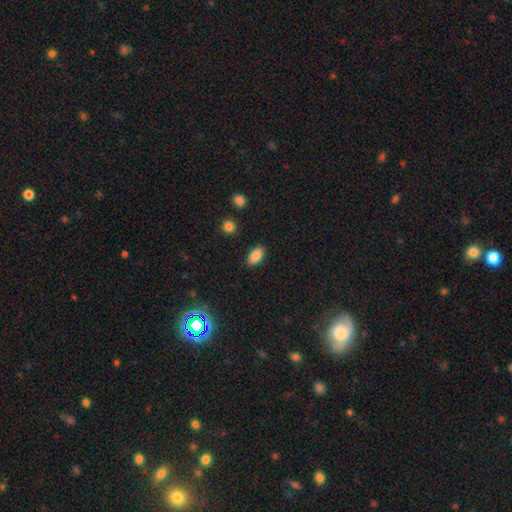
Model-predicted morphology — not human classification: A smooth galaxy with no disk features (87%) that is in between round and cigar-shaped (92%).

Vote fractions:
- Smooth or featured? smooth: 87% / star or artifact: 9% / featured or disk: 4%
- How rounded? in between: 92% / round: 6% / cigar-shaped: 2%
- Merging? none: 88% / minor disturbance: 9% / major disturbance: 2% / merger: 1%